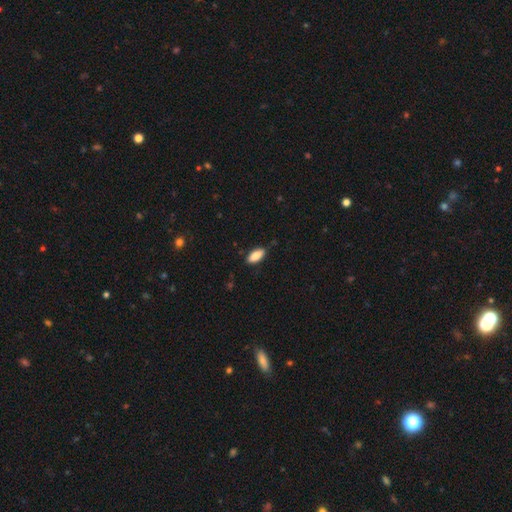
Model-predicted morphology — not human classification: smooth_or_featured: smooth (p=0.87) [alt: star or artifact p=0.06]
how_rounded: in between (p=0.85) [alt: cigar-shaped p=0.12]
merging: none (p=0.84) [alt: minor disturbance p=0.13]